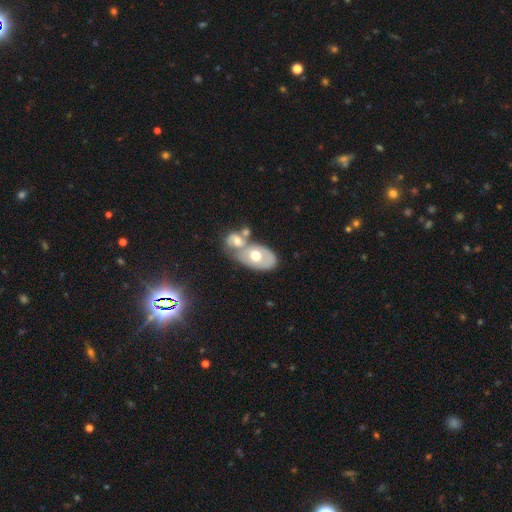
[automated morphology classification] smooth-or-featured: smooth: 49% | featured or disk: 44% | star or artifact: 7%
  merging: merger: 57% | none: 26% | minor disturbance: 11% | major disturbance: 6%